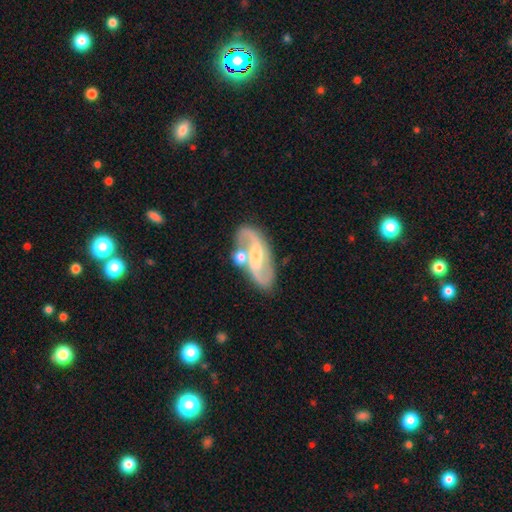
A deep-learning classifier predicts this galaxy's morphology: smooth-or-featured: featured or disk: 86% | smooth: 8% | star or artifact: 5%
  disk-edge-on: no: 95% | yes: 5%
    bar: weak: 41% | strong: 34% | no: 25%
    has-spiral-arms: yes: 95% | no: 5%
      spiral-winding: medium: 47% | loose: 39% | tight: 14%
      spiral-arm-count: 2: 93% | can't tell: 3% | 1: 2% | 3: 1% | 4: 1% | more than 4: 1%
    bulge-size: moderate: 48% | small: 41% | large: 5% | none: 4% | dominant: 1%
  merging: none: 71% | merger: 13% | minor disturbance: 12% | major disturbance: 4%